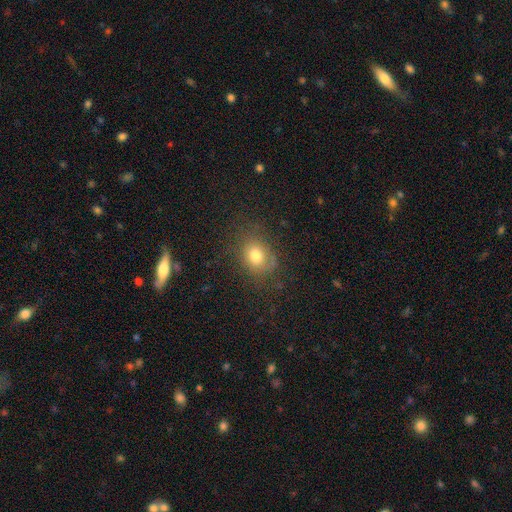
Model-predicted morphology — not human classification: Q: Smooth or featured?
A: smooth (75%); runner-up: star or artifact (13%)
Q: How rounded?
A: round (53%); runner-up: in between (46%)
Q: Merging?
A: none (70%); runner-up: minor disturbance (19%)